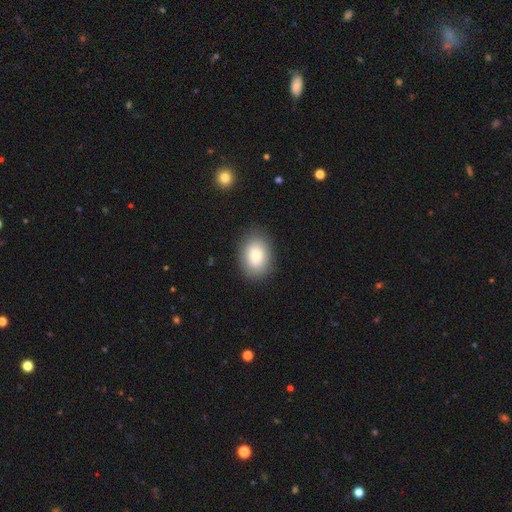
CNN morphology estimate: Q: Smooth or featured?
A: smooth (79%); runner-up: featured or disk (13%)
Q: How rounded?
A: in between (69%); runner-up: round (30%)
Q: Merging?
A: none (85%); runner-up: minor disturbance (10%)